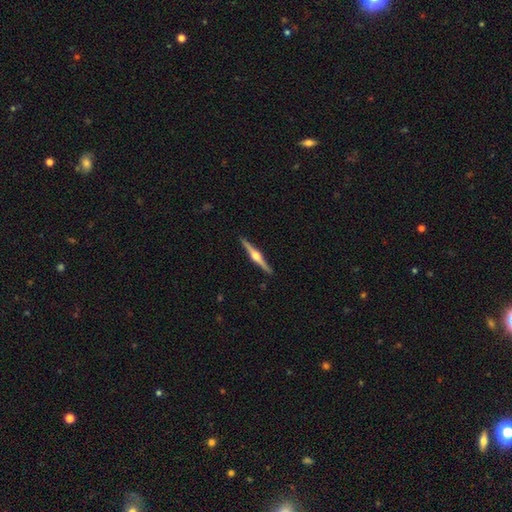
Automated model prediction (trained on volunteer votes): Morphology: type=featured or disk (83%); edge-on=yes (99%); edge-on bulge=rounded (95%); merging=none (92%).